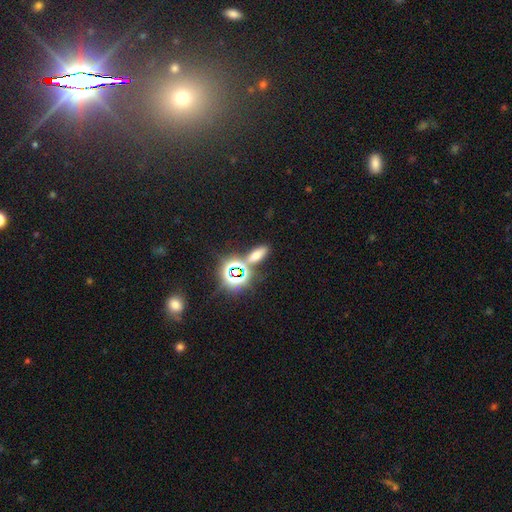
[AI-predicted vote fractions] Smooth or featured? smooth (53%)
How rounded? in between (68%)
Merging? none (72%)